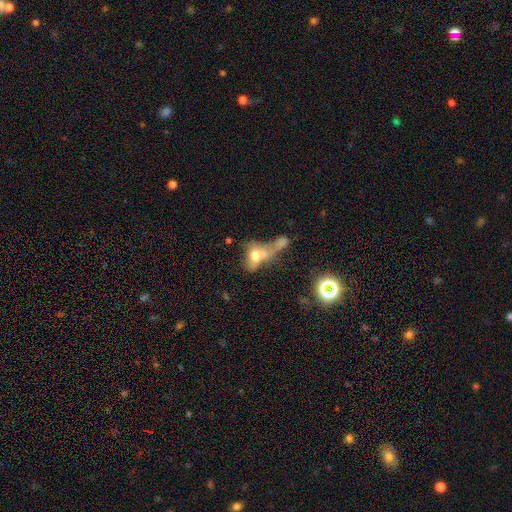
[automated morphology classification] Smooth or featured? smooth (55%)
How rounded? in between (62%)
Merging? merger (59%)